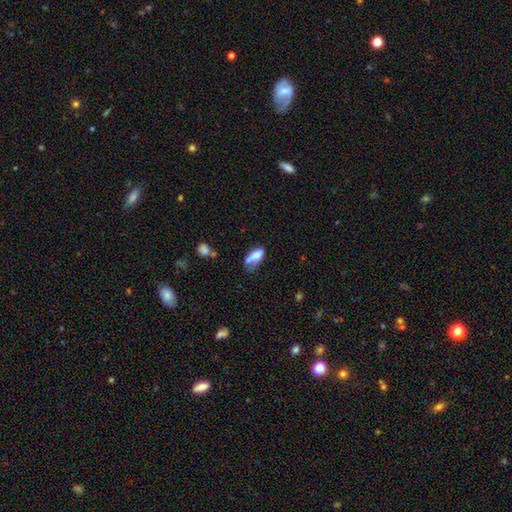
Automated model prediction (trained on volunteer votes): This appears to be a smooth galaxy with no disk features (68%) that is in between round and cigar-shaped (79%). Merging: none (30%).